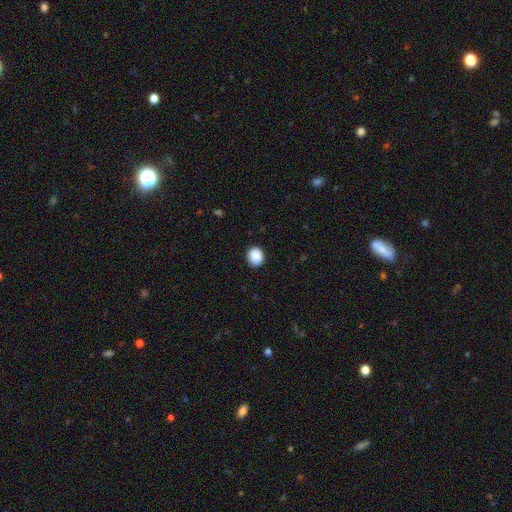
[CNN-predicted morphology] Q: Smooth or featured?
A: smooth (89%); runner-up: star or artifact (8%)
Q: How rounded?
A: round (72%); runner-up: in between (27%)
Q: Merging?
A: none (89%); runner-up: minor disturbance (8%)